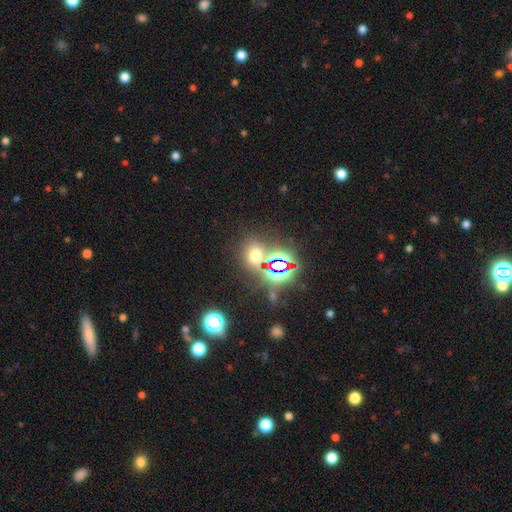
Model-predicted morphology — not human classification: A star or artifact, not a galaxy (47%).

Vote fractions:
- Smooth or featured? star or artifact: 47% / smooth: 45% / featured or disk: 8%